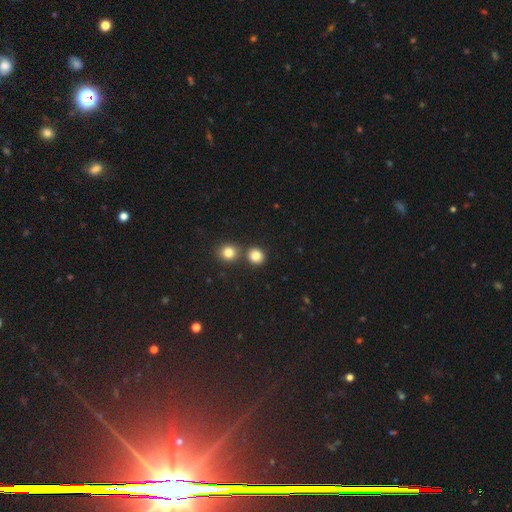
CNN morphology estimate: The model was most divided on "merging": none: 72%, merger: 19%, minor disturbance: 7%, major disturbance: 2%. More confident: how rounded — round (83%); smooth or featured — smooth (83%).